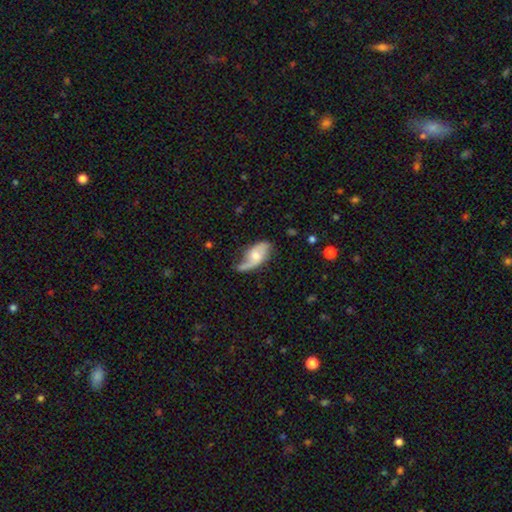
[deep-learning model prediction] The model was most divided on "merging": none: 49%, minor disturbance: 31%, major disturbance: 17%, merger: 4%. Remaining: edge-on disk — no (93%); spiral arms — yes (90%); spiral arm count — 2 (74%); smooth or featured — featured or disk (66%); spiral winding — loose (65%); bar — no (57%); bulge size — moderate (50%).